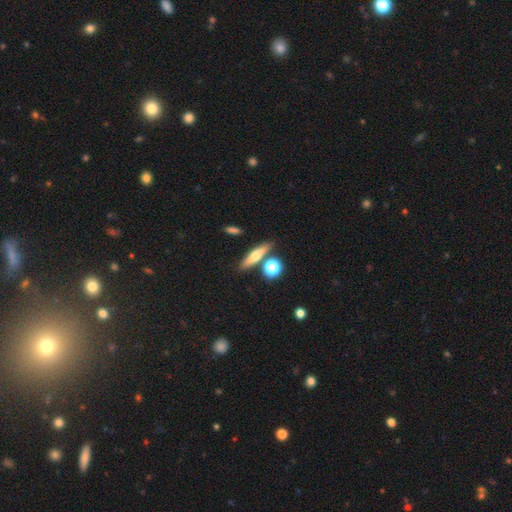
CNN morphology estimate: This appears to be a smooth galaxy with no disk features (57%) that is cigar-shaped (58%). Merging: none (77%).